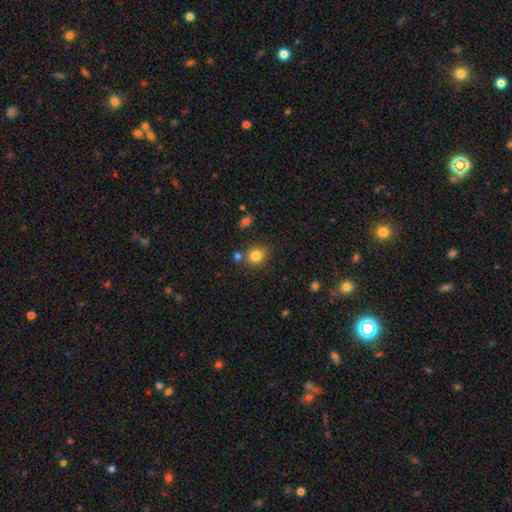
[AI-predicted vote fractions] A smooth galaxy with no disk features (82%) that is round (73%). Merging: none (76%).